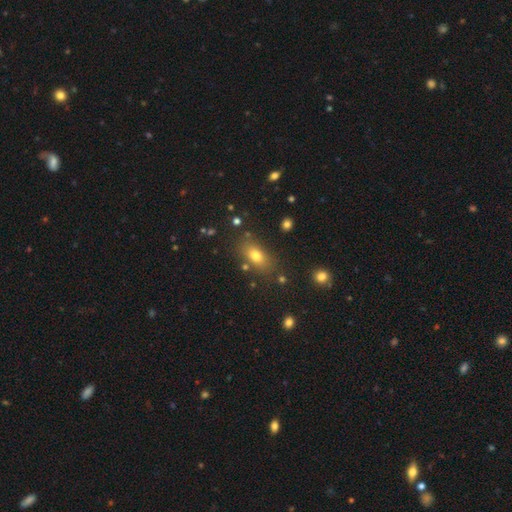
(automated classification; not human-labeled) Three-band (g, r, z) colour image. It shows a smooth galaxy with no disk features (74%) that is in between round and cigar-shaped (81%). Merging: none (79%).